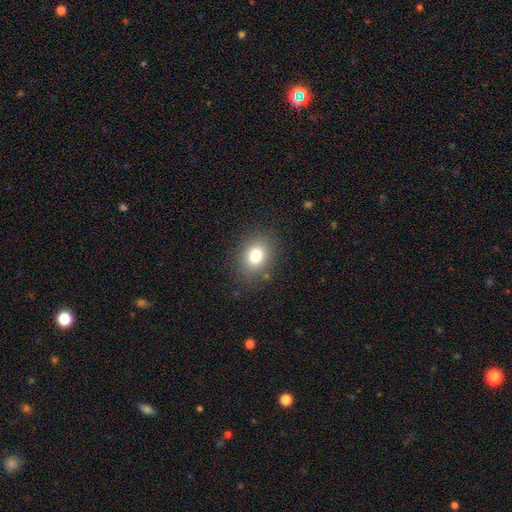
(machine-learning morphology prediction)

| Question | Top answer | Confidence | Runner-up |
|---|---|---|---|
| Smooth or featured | smooth | 80% | star or artifact (11%) |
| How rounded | in between | 54% | round (46%) |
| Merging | none | 85% | minor disturbance (10%) |